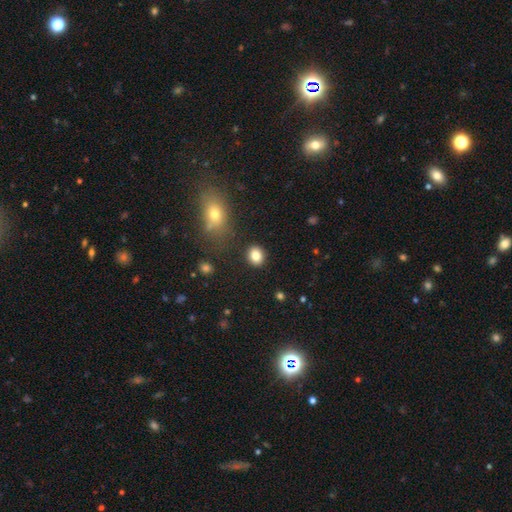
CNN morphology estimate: This is clearly a smooth galaxy (84%). How rounded: likely round (69%). Merging: clearly none (89%).